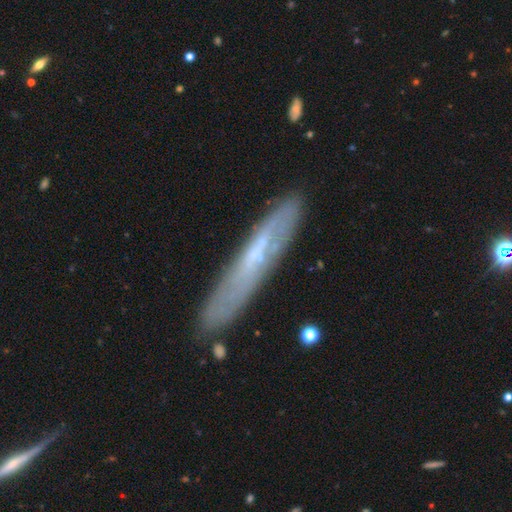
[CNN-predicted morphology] Smooth or featured? Predicted: featured or disk (p=0.56). Edge-on disk? Predicted: yes (p=0.66). Merging? Predicted: none (p=0.81).